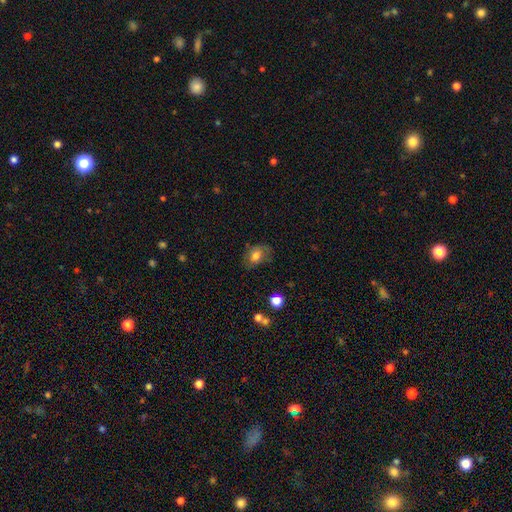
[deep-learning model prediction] smooth-or-featured: smooth: 69% | featured or disk: 21% | star or artifact: 10%
  how-rounded: in between: 72% | round: 27% | cigar-shaped: 1%
  merging: none: 66% | minor disturbance: 24% | major disturbance: 8% | merger: 2%